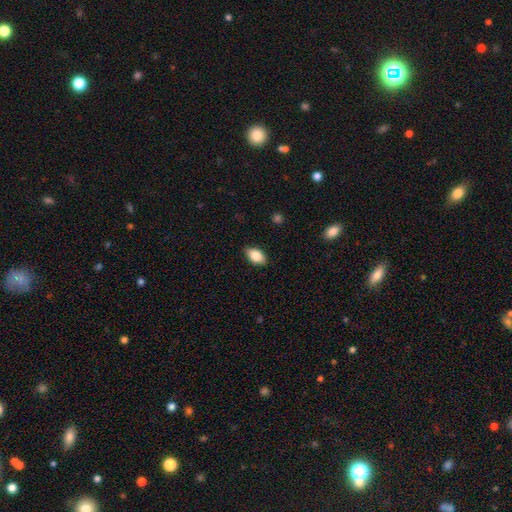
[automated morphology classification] smooth-or-featured: smooth: 84% | featured or disk: 8% | star or artifact: 7%
  how-rounded: in between: 91% | round: 7% | cigar-shaped: 2%
  merging: none: 87% | minor disturbance: 10% | major disturbance: 2% | merger: 1%